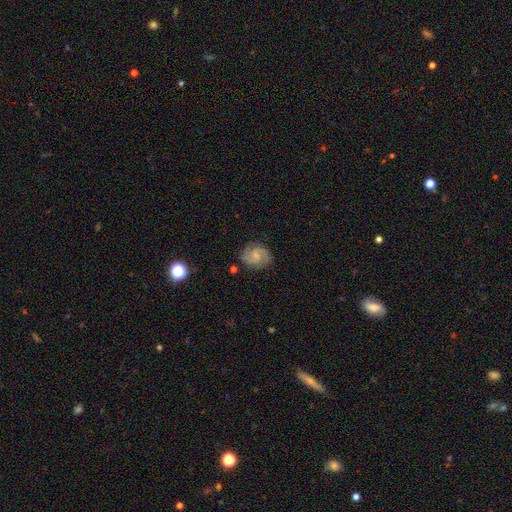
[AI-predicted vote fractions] Overall: featured or disk (71%). Edge-on disk: no (98%). Bar: weak (49%; no 44%). Spiral arms: yes (95%). Spiral arm count: 2 (84%). Spiral winding: medium (51%; tight 28%). Bulge size: small (51%; none 24%). Merging: none (78%).